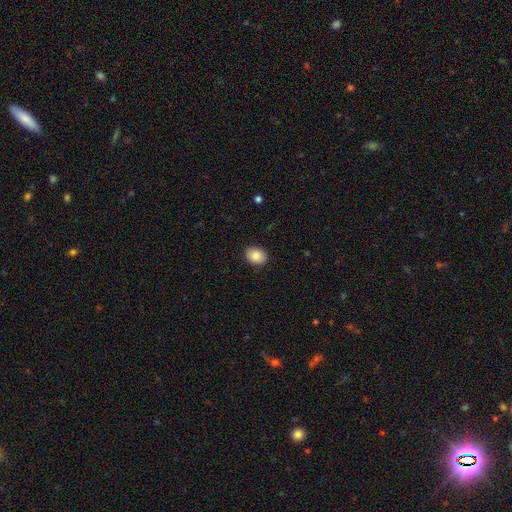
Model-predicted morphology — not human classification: Smooth or featured?
  - smooth: 85% *
  - star or artifact: 8%
  - featured or disk: 7%
How rounded?
  - in between: 61% *
  - round: 38%
  - cigar-shaped: 1%
Merging?
  - none: 90% *
  - minor disturbance: 7%
  - major disturbance: 2%
  - merger: 1%